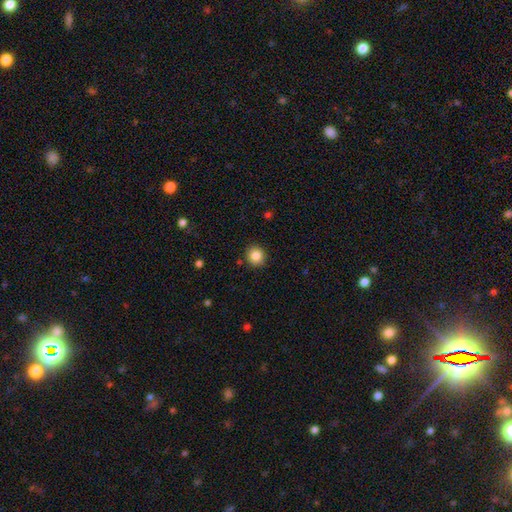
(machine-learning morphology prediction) Smooth or featured: smooth — 84% (star or artifact — 10%)
How rounded: round — 89% (in between — 10%)
Merging: none — 90% (minor disturbance — 7%)